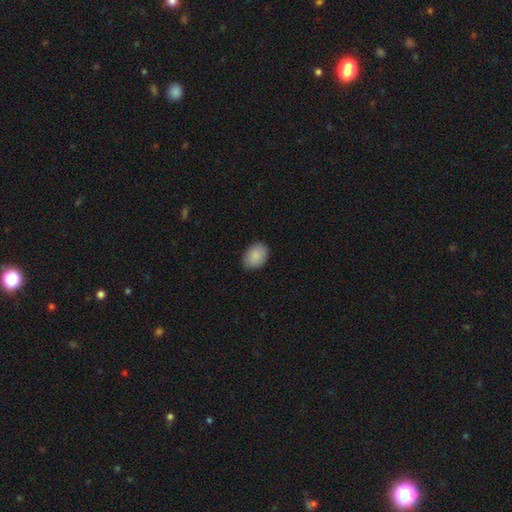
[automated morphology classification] smooth-or-featured: smooth: 89% | star or artifact: 6% | featured or disk: 4%
  how-rounded: in between: 76% | round: 23% | cigar-shaped: 1%
  merging: none: 85% | minor disturbance: 12% | major disturbance: 2% | merger: 1%